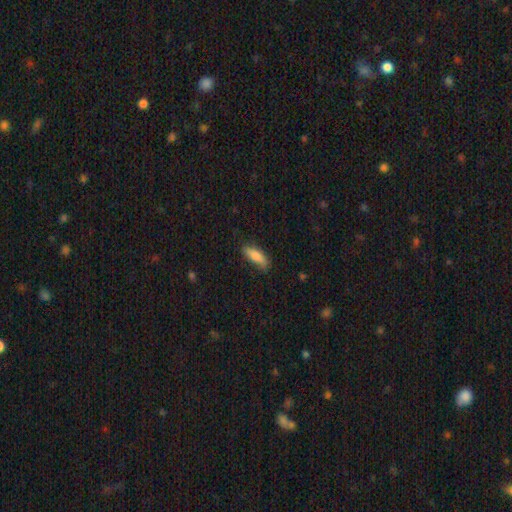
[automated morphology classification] Smooth or featured?
  - smooth: 80% *
  - featured or disk: 13%
  - star or artifact: 6%
How rounded?
  - in between: 61% *
  - cigar-shaped: 37%
  - round: 2%
Merging?
  - none: 74% *
  - minor disturbance: 21%
  - major disturbance: 4%
  - merger: 1%